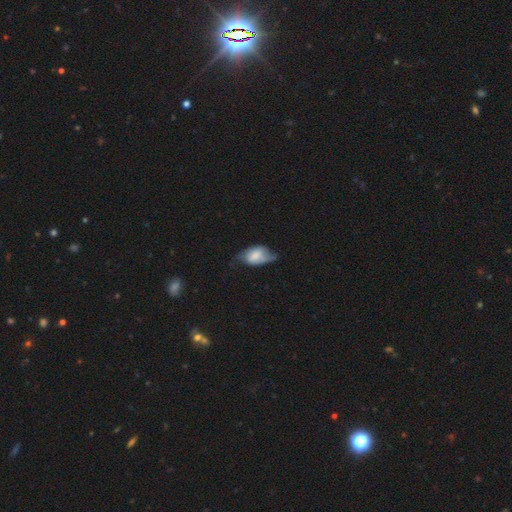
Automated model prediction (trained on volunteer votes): Smooth or featured: smooth — 57% (featured or disk — 35%)
How rounded: in between — 89% (round — 8%)
Merging: minor disturbance — 40% (none — 38%)